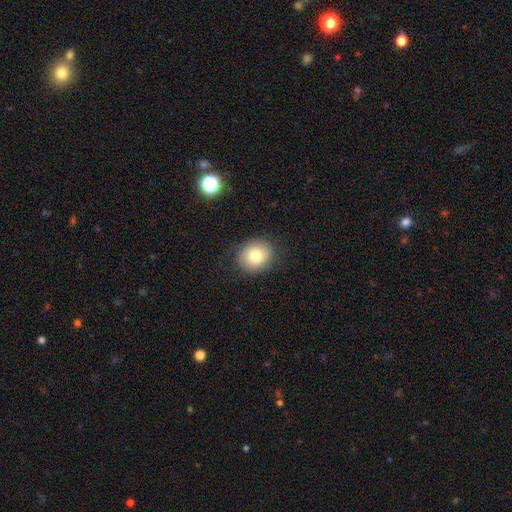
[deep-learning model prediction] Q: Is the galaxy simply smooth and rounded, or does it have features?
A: smooth — 78%.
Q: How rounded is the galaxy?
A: round — 66%.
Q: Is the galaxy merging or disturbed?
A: none — 82%.